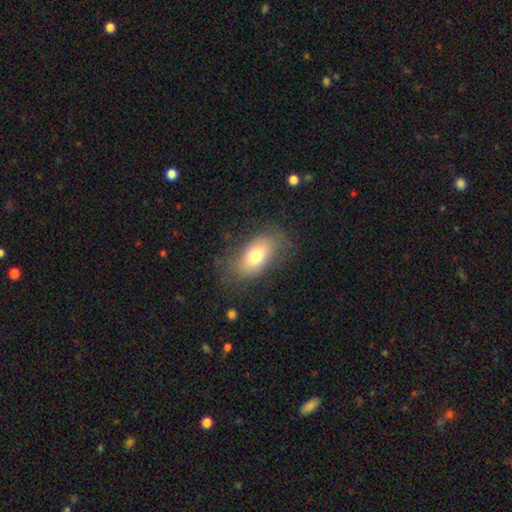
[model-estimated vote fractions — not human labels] This appears to be a smooth galaxy with no disk features (71%) that is in between round and cigar-shaped (89%). Merging: none (73%).